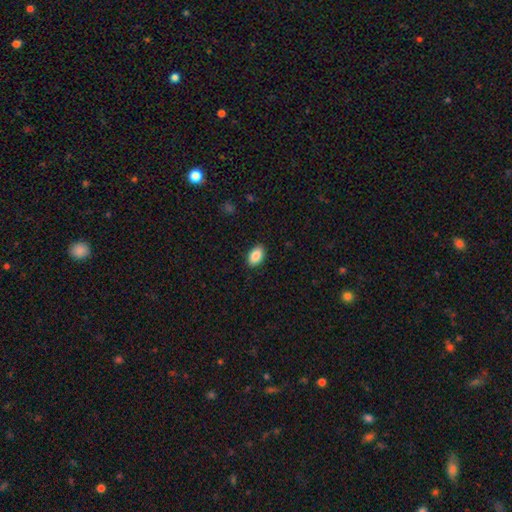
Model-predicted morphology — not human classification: Smooth or featured: smooth — 89% (star or artifact — 7%)
How rounded: in between — 92% (round — 6%)
Merging: none — 89% (minor disturbance — 8%)